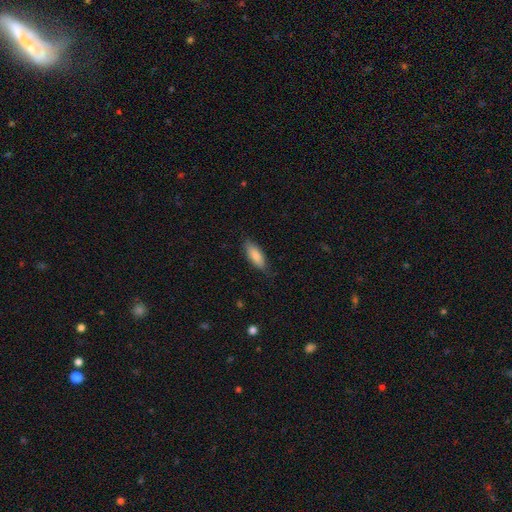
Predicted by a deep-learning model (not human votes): Smooth or featured? Predicted: smooth (p=0.83). How rounded? Predicted: in between (p=0.73). Merging? Predicted: none (p=0.78).